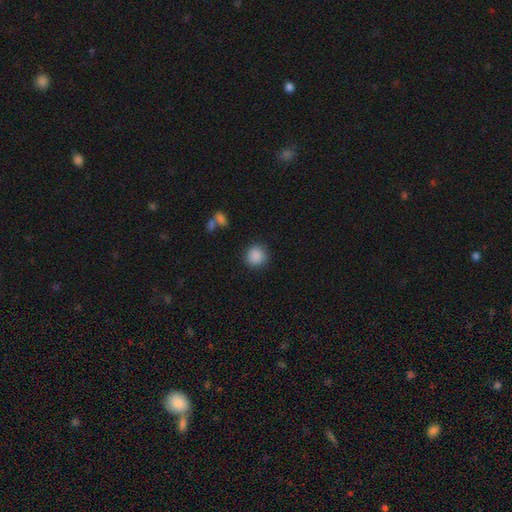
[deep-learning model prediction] Q: Smooth or featured?
A: smooth (89%); runner-up: star or artifact (8%)
Q: How rounded?
A: round (91%); runner-up: in between (8%)
Q: Merging?
A: none (88%); runner-up: minor disturbance (7%)